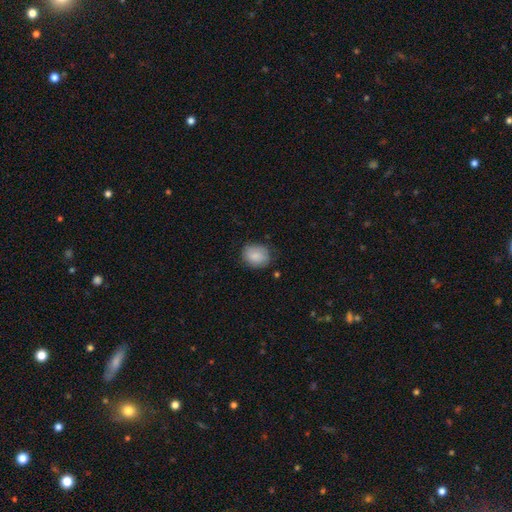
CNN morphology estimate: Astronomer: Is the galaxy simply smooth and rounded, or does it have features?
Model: smooth — 84%.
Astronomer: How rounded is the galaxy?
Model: in between — 51% (runner-up: round, 48%).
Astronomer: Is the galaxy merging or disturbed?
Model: none — 76%.